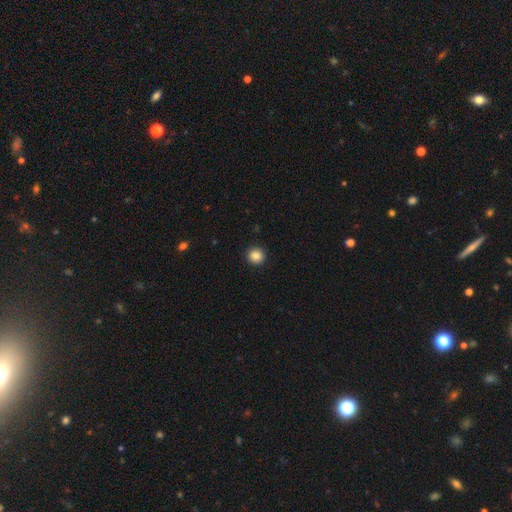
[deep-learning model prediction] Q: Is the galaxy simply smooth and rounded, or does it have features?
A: smooth — 86%.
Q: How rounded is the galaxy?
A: round — 94%.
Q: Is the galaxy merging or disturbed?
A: none — 93%.